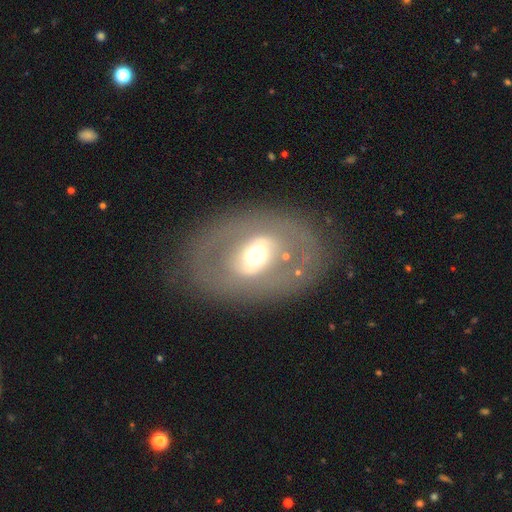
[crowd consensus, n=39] Smooth or featured: featured or disk — 72% (smooth — 26%)
Edge-on disk: no — 86% (yes — 14%)
Bar: strong — 46% (no — 29%)
Spiral arms: no — 75% (yes — 25%)
Bulge size: moderate — 54% (large — 29%)
Merging: none — 74% (minor disturbance — 18%)